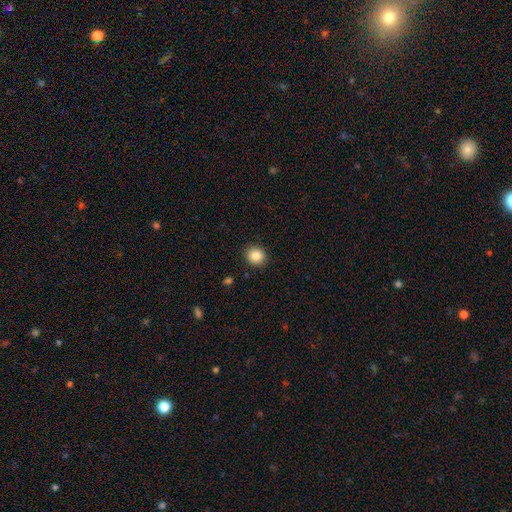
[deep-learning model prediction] Smooth or featured: smooth — 86% (star or artifact — 10%)
How rounded: round — 82% (in between — 17%)
Merging: none — 90% (minor disturbance — 6%)